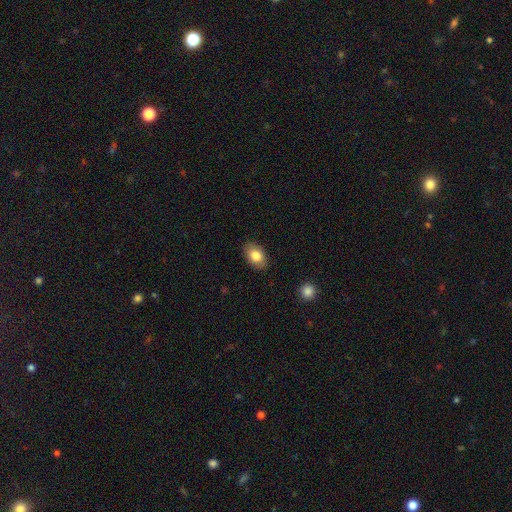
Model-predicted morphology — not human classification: smooth 82%, featured or disk 10%, star or artifact 8%. Down the decision tree: how rounded — in between (83%); merging — none (86%).